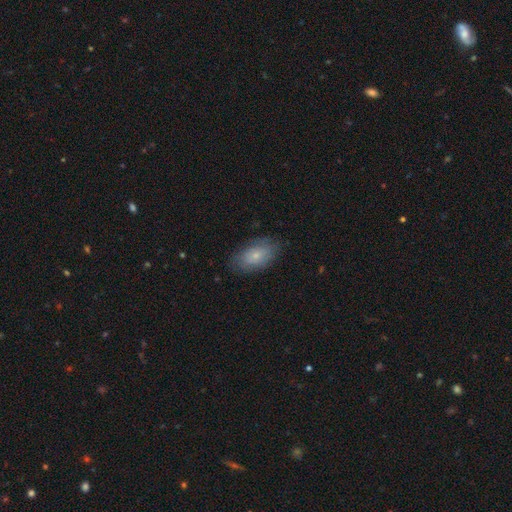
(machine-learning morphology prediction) This is likely a smooth galaxy (70%). How rounded: clearly in between (91%). Merging: likely none (76%).